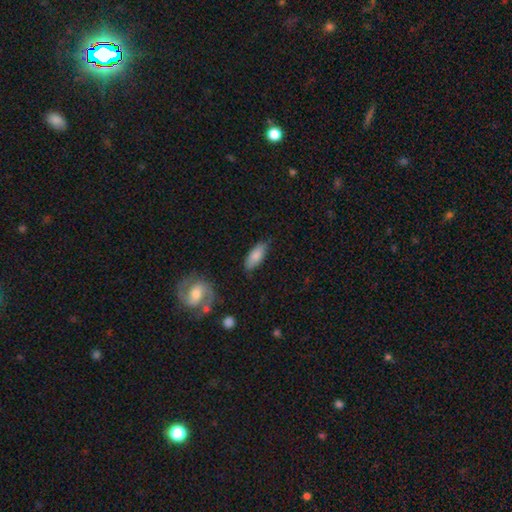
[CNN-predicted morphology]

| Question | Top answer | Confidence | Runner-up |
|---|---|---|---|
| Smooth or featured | smooth | 80% | featured or disk (13%) |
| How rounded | in between | 80% | cigar-shaped (18%) |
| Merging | none | 76% | minor disturbance (18%) |